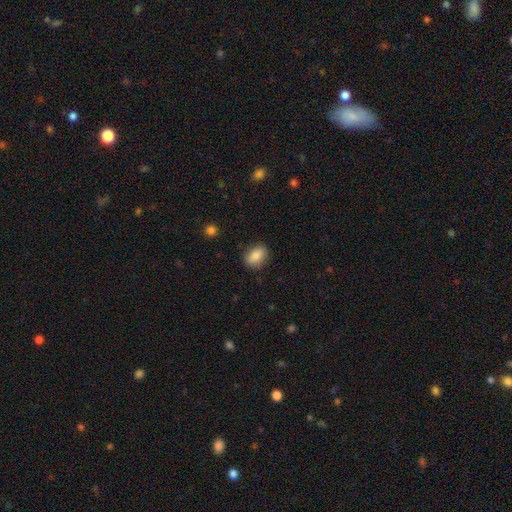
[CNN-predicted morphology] smooth-or-featured: smooth: 85% | star or artifact: 8% | featured or disk: 7%
  how-rounded: in between: 80% | round: 18% | cigar-shaped: 2%
  merging: none: 84% | minor disturbance: 12% | major disturbance: 3% | merger: 1%